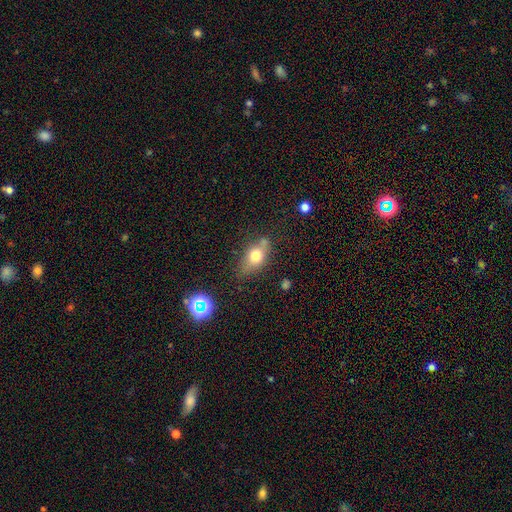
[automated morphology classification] Smooth or featured?
  - smooth: 69% *
  - featured or disk: 21%
  - star or artifact: 10%
How rounded?
  - in between: 75% *
  - round: 16%
  - cigar-shaped: 8%
Merging?
  - none: 66% *
  - minor disturbance: 21%
  - merger: 7%
  - major disturbance: 6%